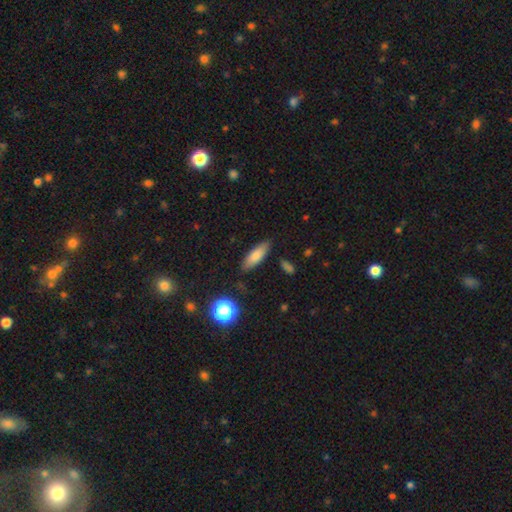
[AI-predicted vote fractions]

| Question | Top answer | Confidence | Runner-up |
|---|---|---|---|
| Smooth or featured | smooth | 77% | featured or disk (14%) |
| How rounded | in between | 56% | cigar-shaped (41%) |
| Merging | none | 83% | minor disturbance (12%) |